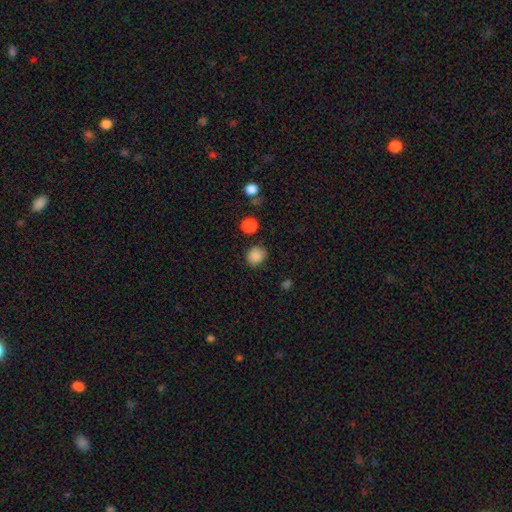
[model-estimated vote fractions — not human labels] This is clearly a smooth galaxy (86%). How rounded: likely round (78%). Merging: clearly none (85%).